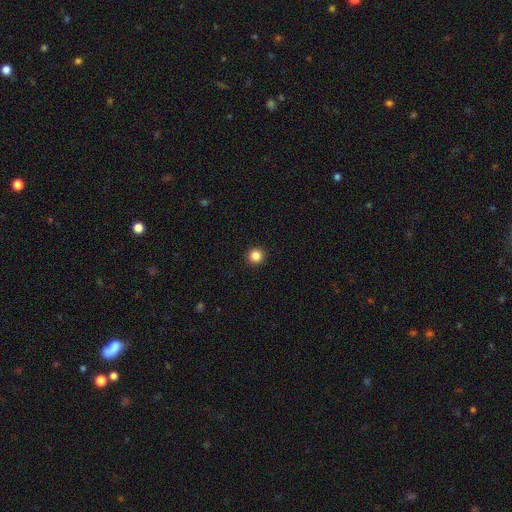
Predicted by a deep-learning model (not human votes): Smooth or featured? Predicted: smooth (p=0.86). How rounded? Predicted: round (p=0.95). Merging? Predicted: none (p=0.93).